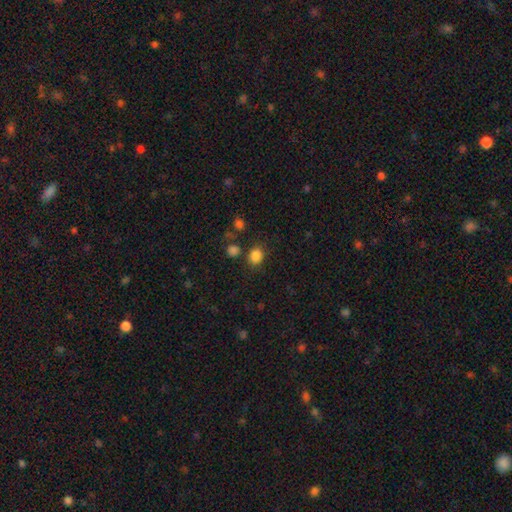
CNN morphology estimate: The model was most divided on "how rounded": round: 68%, in between: 32%, cigar-shaped: 1%. More confident: smooth or featured — smooth (84%); merging — none (80%).